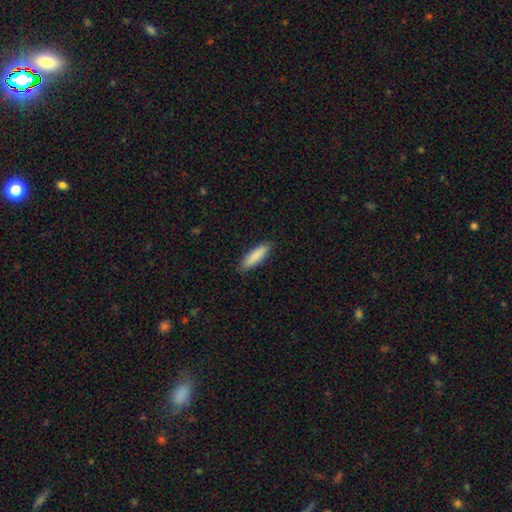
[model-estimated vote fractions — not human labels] smooth-or-featured: smooth: 88% | featured or disk: 6% | star or artifact: 6%
  how-rounded: cigar-shaped: 59% | in between: 39% | round: 1%
  merging: none: 87% | minor disturbance: 10% | major disturbance: 2% | merger: 1%